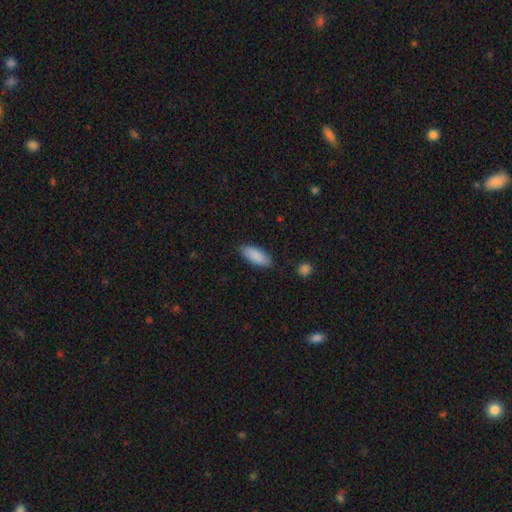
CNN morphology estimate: Overall: smooth (88%). How rounded: in between (82%). Merging: none (84%).